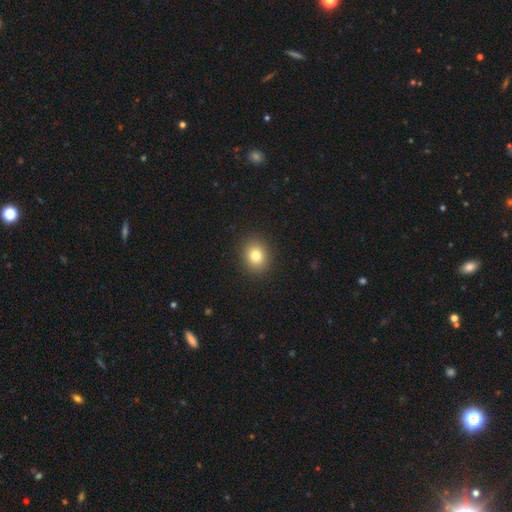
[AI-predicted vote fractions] Overall: smooth (81%). How rounded: round (71%). Merging: none (91%).